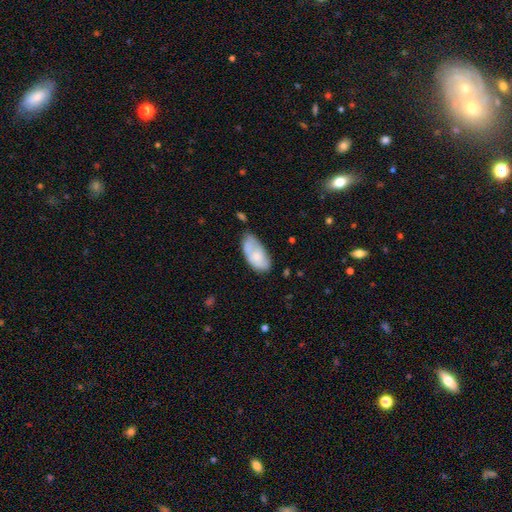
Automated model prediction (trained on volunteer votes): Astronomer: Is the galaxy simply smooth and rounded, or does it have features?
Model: smooth — 66%.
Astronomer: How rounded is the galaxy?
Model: in between — 93%.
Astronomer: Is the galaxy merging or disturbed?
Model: none — 45% (runner-up: minor disturbance, 36%).